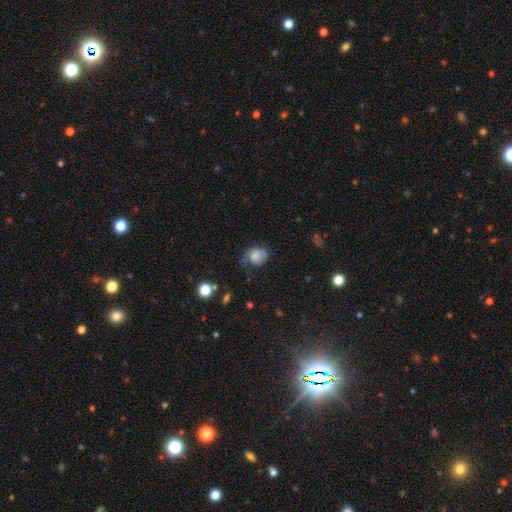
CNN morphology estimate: The model was most divided on "how rounded": round: 50%, in between: 49%, cigar-shaped: 1%. Remaining: smooth or featured — smooth (63%); merging — none (43%).